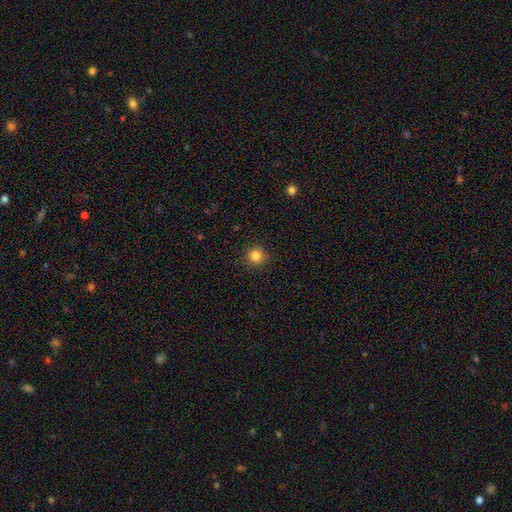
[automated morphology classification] Smooth or featured: smooth — 85% (star or artifact — 12%)
How rounded: round — 93% (in between — 6%)
Merging: none — 89% (minor disturbance — 8%)